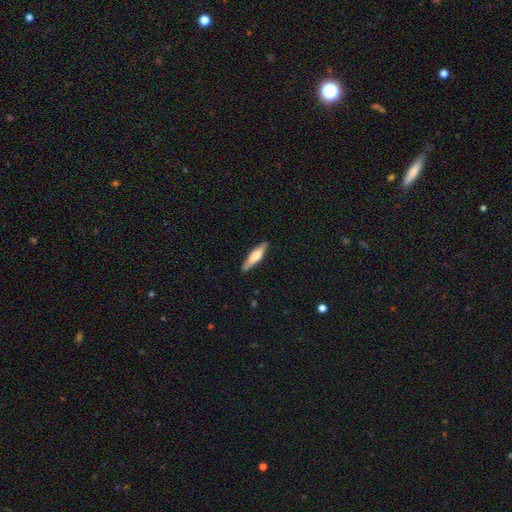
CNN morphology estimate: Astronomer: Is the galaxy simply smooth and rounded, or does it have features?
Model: smooth — 53% (runner-up: featured or disk, 42%).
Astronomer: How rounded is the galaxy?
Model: cigar-shaped — 75%.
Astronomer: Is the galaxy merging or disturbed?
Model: none — 86%.